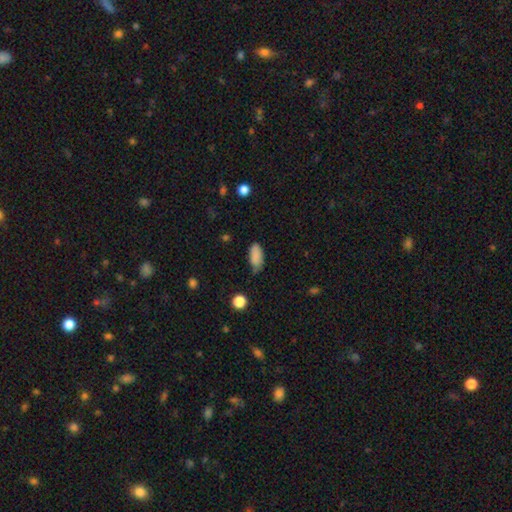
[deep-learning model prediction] Smooth or featured? smooth (86%)
How rounded? in between (90%)
Merging? none (60%)